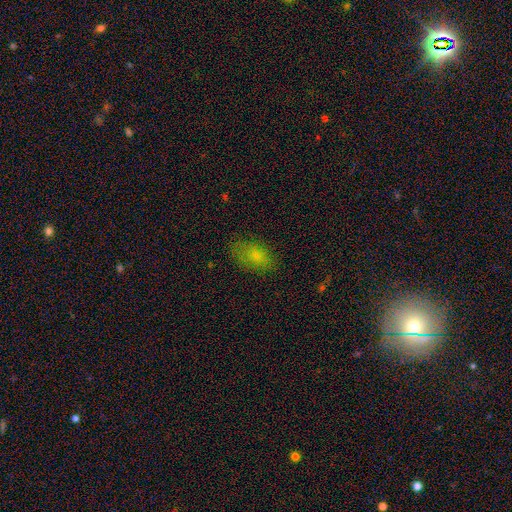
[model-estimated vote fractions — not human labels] Q: Smooth or featured?
A: smooth (77%); runner-up: featured or disk (12%)
Q: How rounded?
A: in between (90%); runner-up: round (7%)
Q: Merging?
A: none (72%); runner-up: minor disturbance (20%)